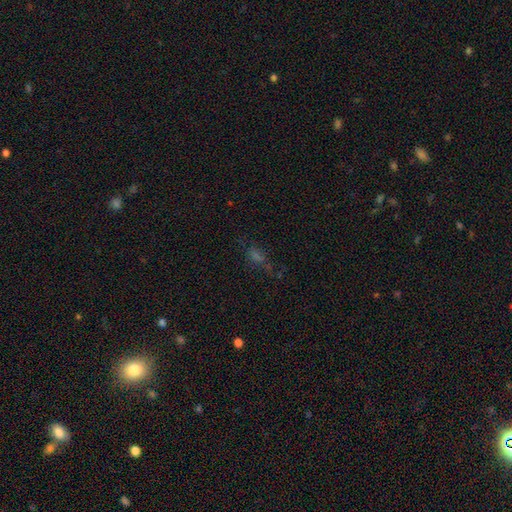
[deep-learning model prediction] smooth_or_featured: smooth (p=0.43) [alt: star or artifact p=0.38]
merging: none (p=0.56) [alt: minor disturbance p=0.19]